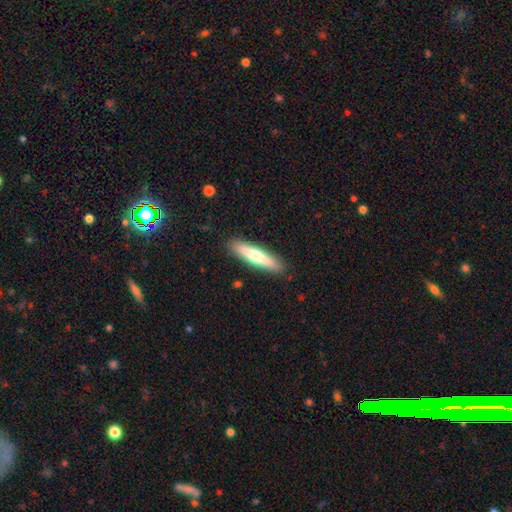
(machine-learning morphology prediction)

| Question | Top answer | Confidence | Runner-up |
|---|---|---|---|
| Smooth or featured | smooth | 56% | featured or disk (39%) |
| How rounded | cigar-shaped | 83% | in between (16%) |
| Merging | none | 90% | minor disturbance (8%) |